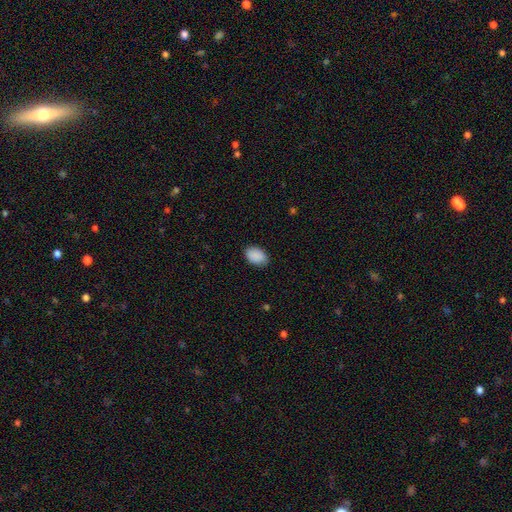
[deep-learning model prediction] Smooth or featured? Predicted: smooth (p=0.91). How rounded? Predicted: in between (p=0.86). Merging? Predicted: none (p=0.86).